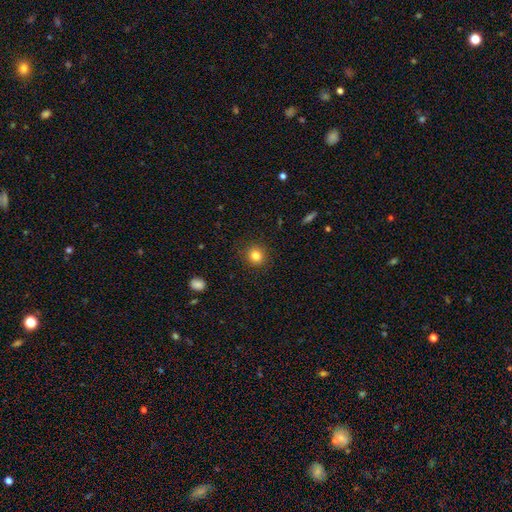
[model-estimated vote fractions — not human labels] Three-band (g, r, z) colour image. It shows a smooth galaxy with no disk features (83%) that is round (89%). Merging: none (90%).